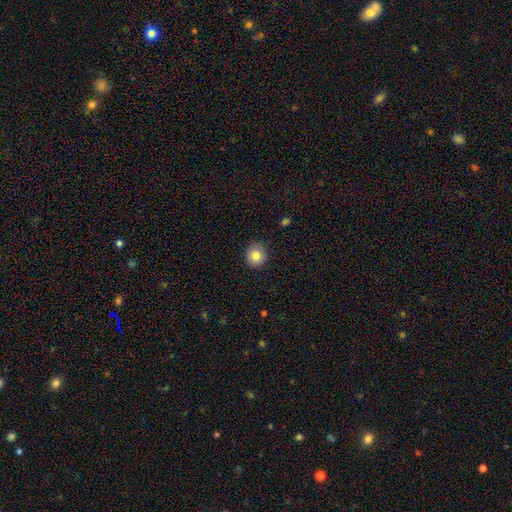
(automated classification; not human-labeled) smooth_or_featured: smooth (p=0.82) [alt: star or artifact p=0.10]
how_rounded: round (p=0.90) [alt: in between p=0.09]
merging: none (p=0.89) [alt: minor disturbance p=0.08]